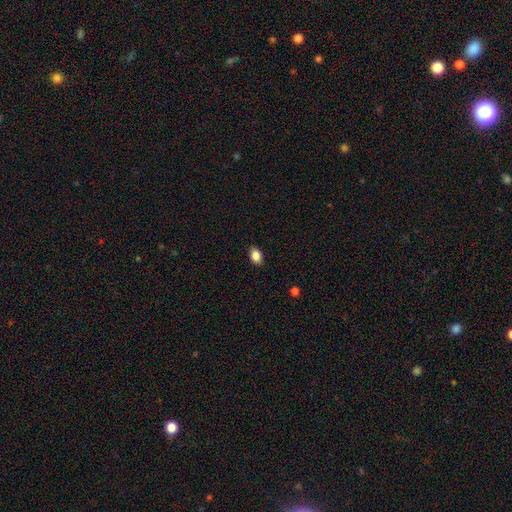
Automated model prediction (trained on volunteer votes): Overall: smooth (86%). How rounded: in between (83%). Merging: none (88%).